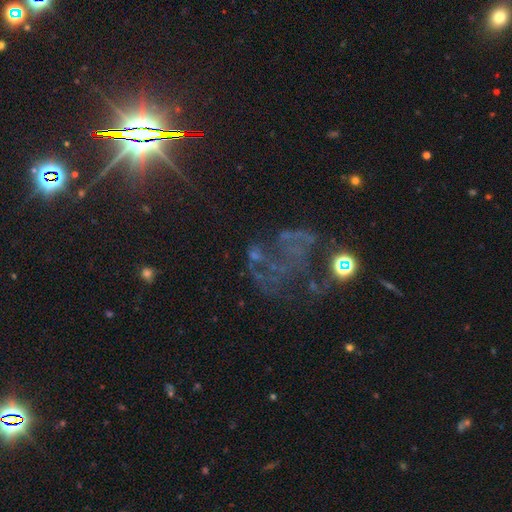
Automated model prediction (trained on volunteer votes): Q: Smooth or featured?
A: featured or disk (43%); runner-up: star or artifact (38%)
Q: Merging?
A: major disturbance (38%); runner-up: none (36%)